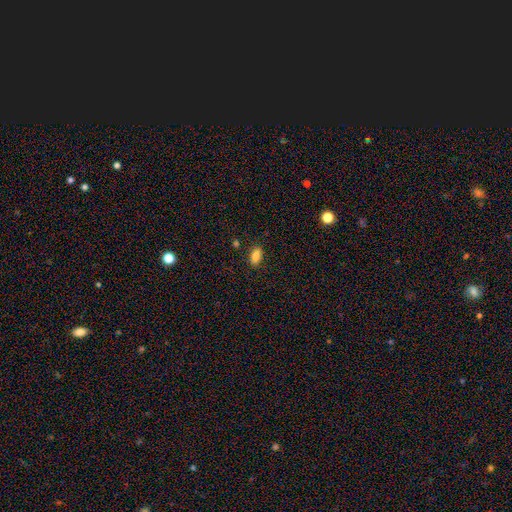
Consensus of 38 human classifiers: Smooth or featured?
  - smooth: 97% *
  - star or artifact: 3%
  - featured or disk: 0%
How rounded?
  - in between: 92% *
  - cigar-shaped: 8%
  - round: 0%
Merging?
  - none: 86% *
  - minor disturbance: 11%
  - major disturbance: 3%
  - merger: 0%